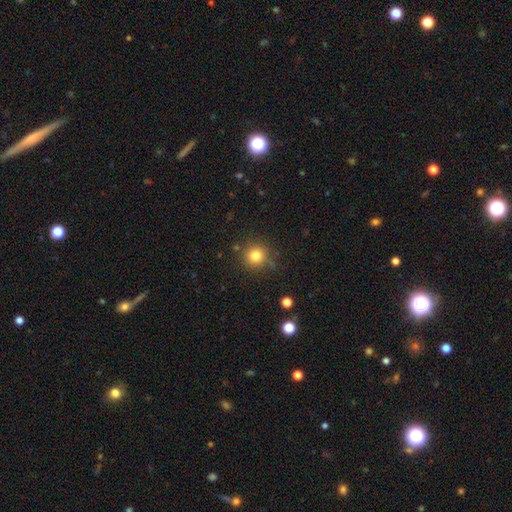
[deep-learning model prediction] This appears to be a smooth galaxy with no disk features (80%) that is round (93%). Merging: none (83%).